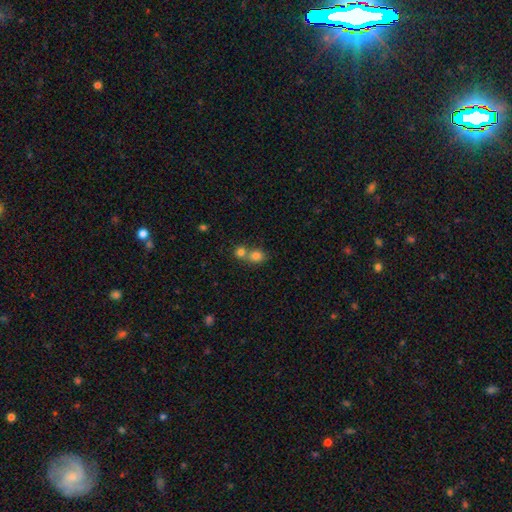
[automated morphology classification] Q: Smooth or featured?
A: smooth (79%); runner-up: star or artifact (12%)
Q: How rounded?
A: round (69%); runner-up: in between (30%)
Q: Merging?
A: merger (52%); runner-up: none (40%)